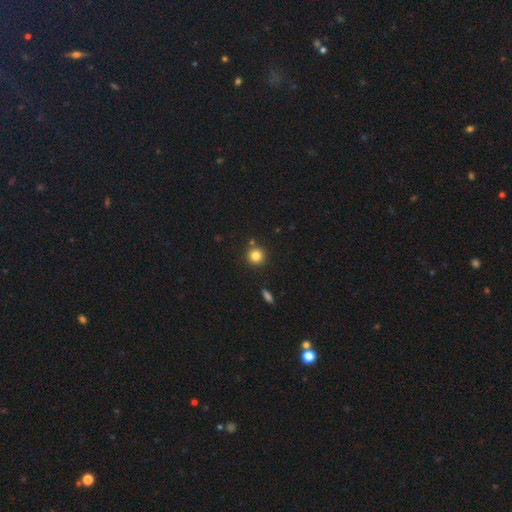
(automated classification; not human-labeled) The model was most divided on "smooth or featured": smooth: 82%, star or artifact: 11%, featured or disk: 6%. More confident: how rounded — round (94%); merging — none (84%).